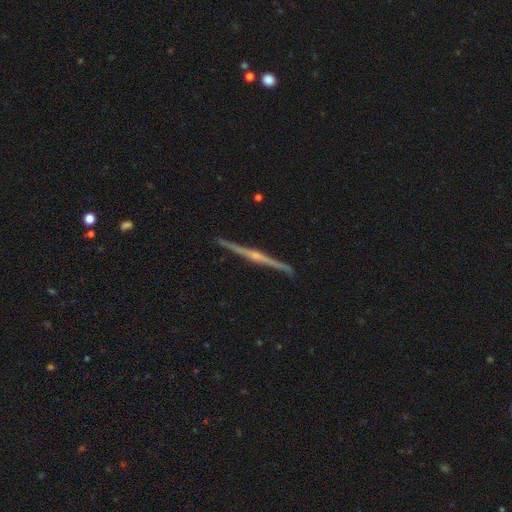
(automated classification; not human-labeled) This is clearly a featured or disk galaxy (87%). It is clearly viewed edge-on (99%). Edge-on bulge: likely rounded (79%). Merging: clearly none (92%).